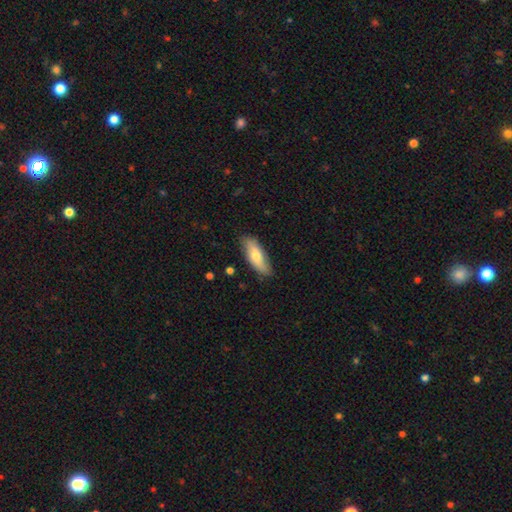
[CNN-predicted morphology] This is likely a smooth galaxy (67%). How rounded: likely in between (64%). Merging: clearly none (81%).